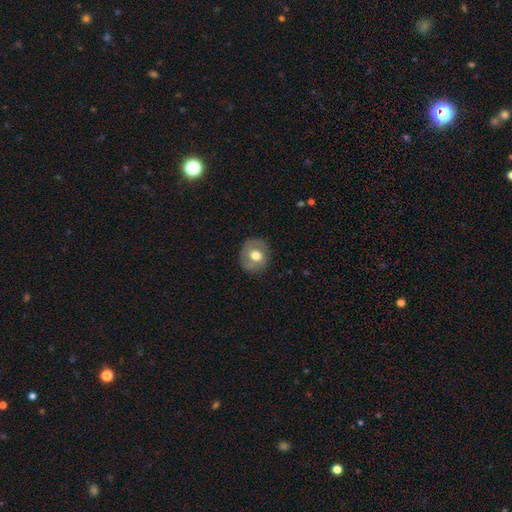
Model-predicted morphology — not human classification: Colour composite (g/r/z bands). It shows a smooth galaxy with no disk features (60%) that is round (79%). Merging: none (79%).